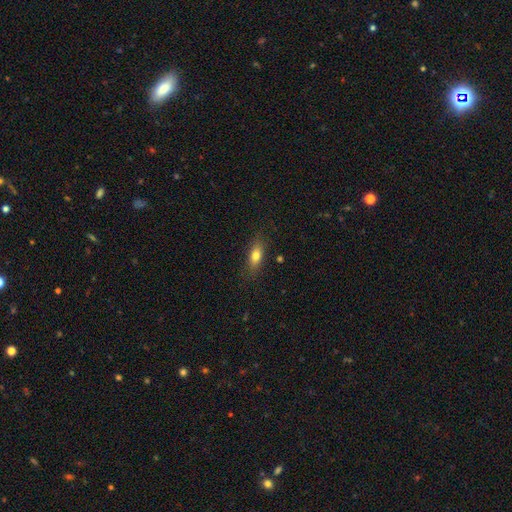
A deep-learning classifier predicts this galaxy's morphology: The model was most divided on "how rounded": in between: 70%, cigar-shaped: 26%, round: 5%. More confident: merging — none (82%); smooth or featured — smooth (74%).